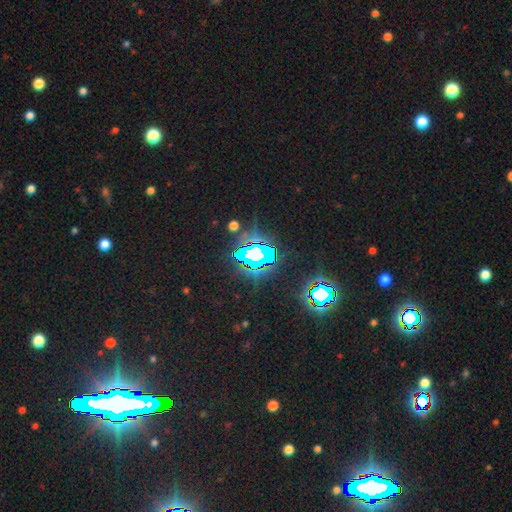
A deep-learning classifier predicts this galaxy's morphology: A star or artifact, not a galaxy (66%).